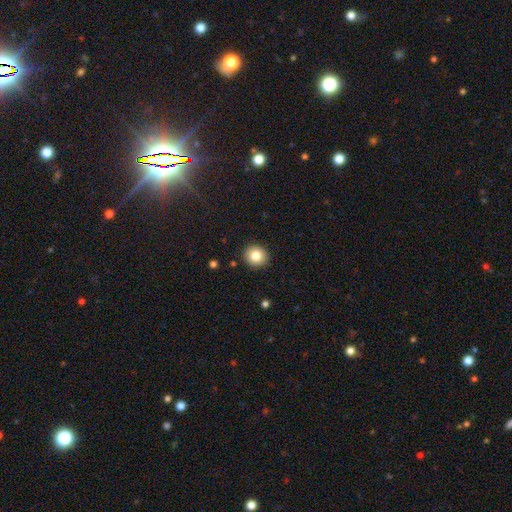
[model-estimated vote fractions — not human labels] This is clearly a smooth galaxy (81%). How rounded: clearly round (86%). Merging: clearly none (92%).